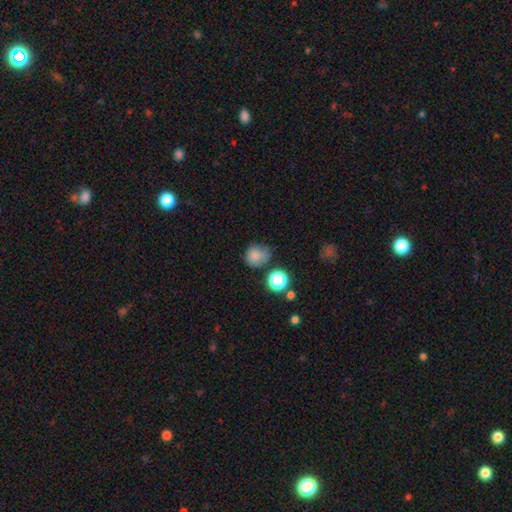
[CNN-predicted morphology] Smooth or featured? Predicted: smooth (p=0.78). How rounded? Predicted: round (p=0.78). Merging? Predicted: none (p=0.58).